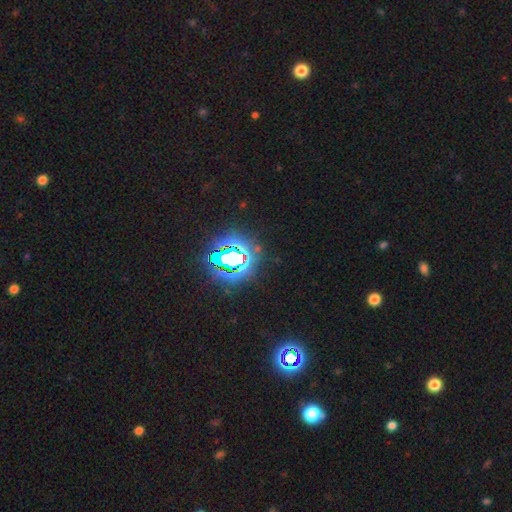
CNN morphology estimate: Q: Smooth or featured?
A: star or artifact (84%); runner-up: smooth (10%)